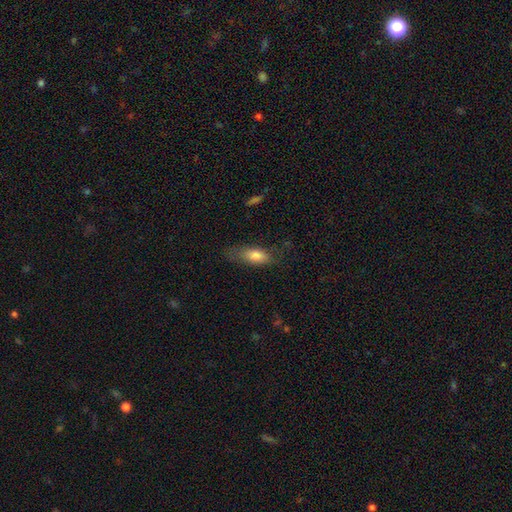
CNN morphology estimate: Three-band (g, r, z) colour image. It shows a smooth galaxy with no disk features (77%) that is in between round and cigar-shaped (73%). Merging: none (61%).